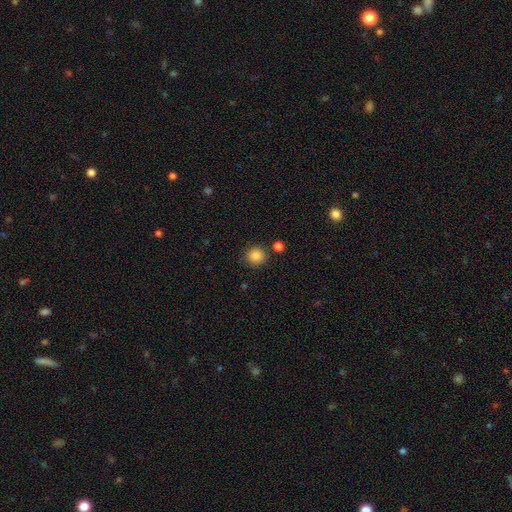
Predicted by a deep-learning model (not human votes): Morphology: type=smooth (86%); roundness=round (89%); merging=none (83%).